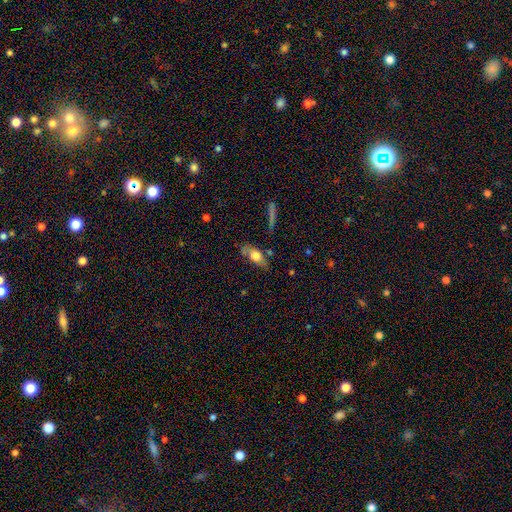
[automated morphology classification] The model was most divided on "smooth or featured": smooth: 61%, featured or disk: 32%, star or artifact: 7%. More confident: how rounded — in between (78%); merging — none (58%).